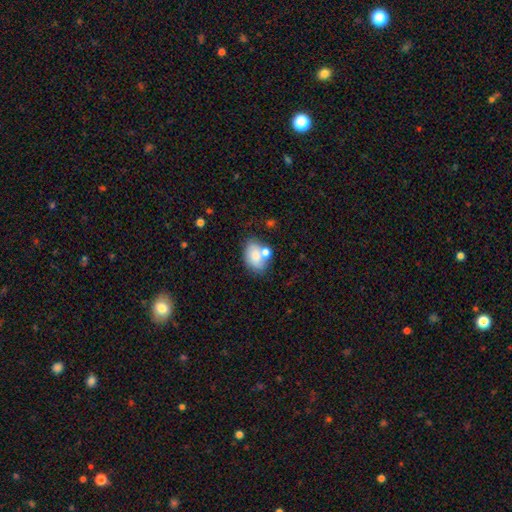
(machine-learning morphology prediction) Smooth or featured?
  - smooth: 76% *
  - featured or disk: 16%
  - star or artifact: 8%
How rounded?
  - in between: 81% *
  - round: 17%
  - cigar-shaped: 1%
Merging?
  - none: 48% *
  - merger: 26%
  - minor disturbance: 19%
  - major disturbance: 7%